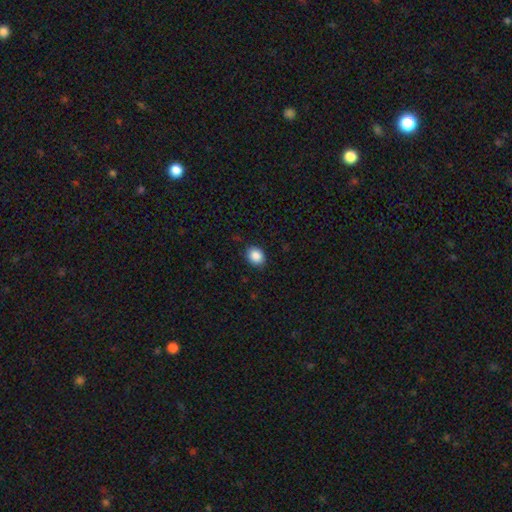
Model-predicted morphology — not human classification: Q: Smooth or featured?
A: smooth (88%); runner-up: star or artifact (9%)
Q: How rounded?
A: round (57%); runner-up: in between (42%)
Q: Merging?
A: none (87%); runner-up: minor disturbance (10%)